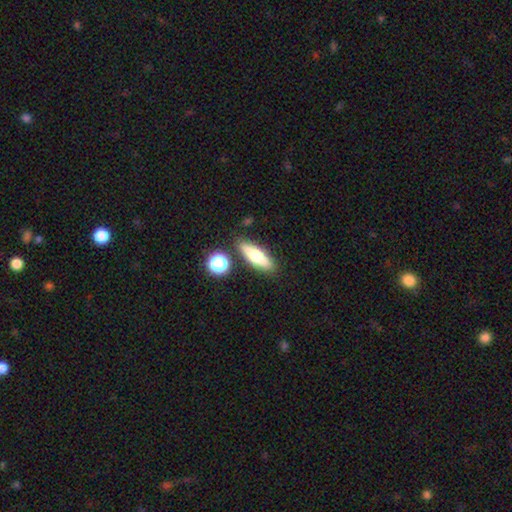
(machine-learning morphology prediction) Smooth or featured? Predicted: smooth (p=0.62). How rounded? Predicted: cigar-shaped (p=0.57). Merging? Predicted: none (p=0.82).